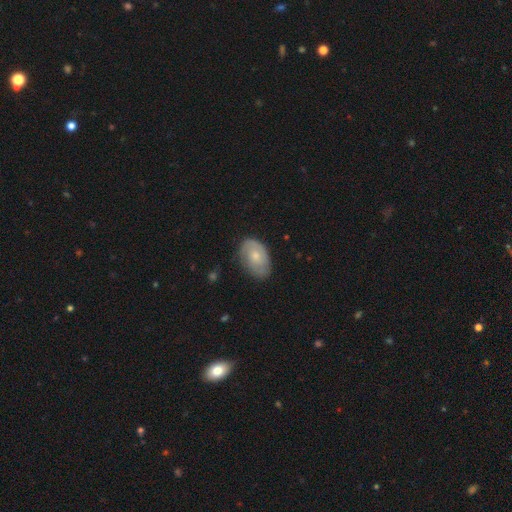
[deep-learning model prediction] smooth_or_featured: smooth (p=0.50) [alt: featured or disk p=0.45]
merging: none (p=0.70) [alt: minor disturbance p=0.23]